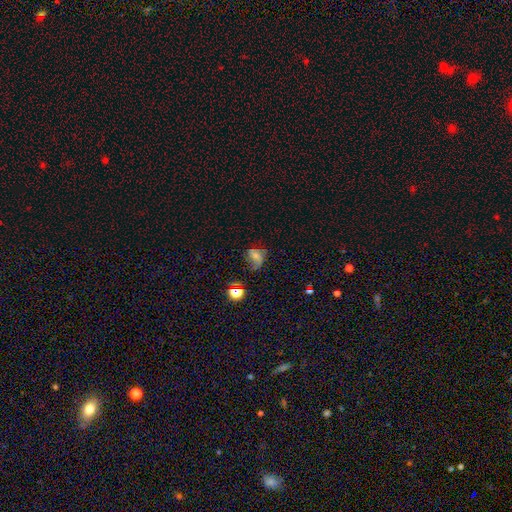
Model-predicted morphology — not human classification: This appears to be a featured or disk galaxy (37%). Merging: none (42%).